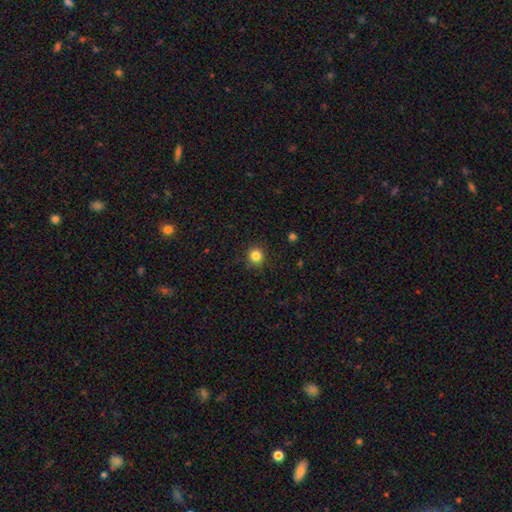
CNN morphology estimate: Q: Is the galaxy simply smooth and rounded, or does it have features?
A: smooth — 84%.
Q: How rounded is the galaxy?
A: round — 93%.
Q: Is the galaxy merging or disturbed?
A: none — 89%.